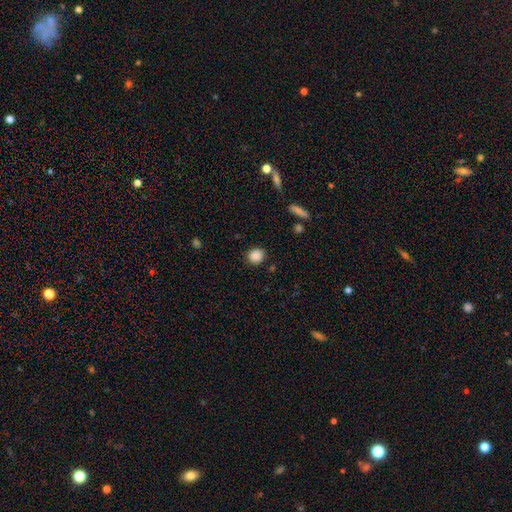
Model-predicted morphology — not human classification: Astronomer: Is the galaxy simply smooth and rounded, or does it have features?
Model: smooth — 87%.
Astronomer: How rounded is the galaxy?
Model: round — 84%.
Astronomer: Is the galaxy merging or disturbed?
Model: none — 87%.